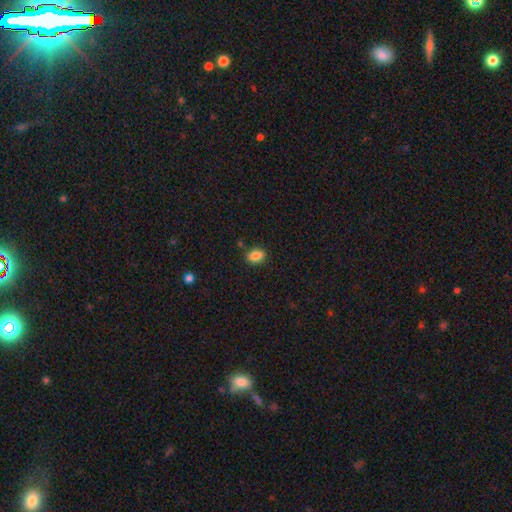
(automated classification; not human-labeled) Q: Smooth or featured?
A: smooth (86%); runner-up: star or artifact (9%)
Q: How rounded?
A: in between (81%); runner-up: round (17%)
Q: Merging?
A: none (82%); runner-up: minor disturbance (12%)